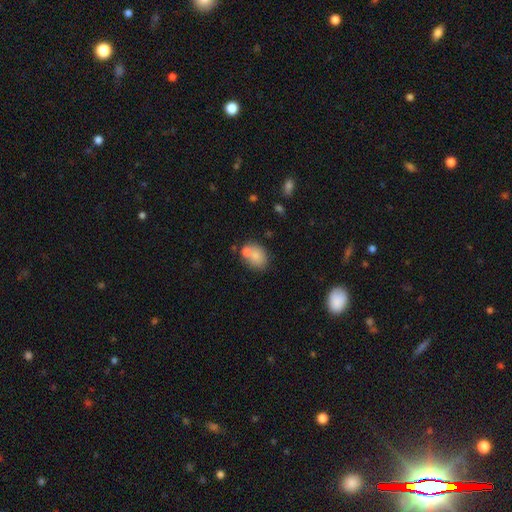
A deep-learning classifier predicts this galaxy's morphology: Overall: smooth (77%). How rounded: in between (54%; round 45%). Merging: none (54%; merger 27%).